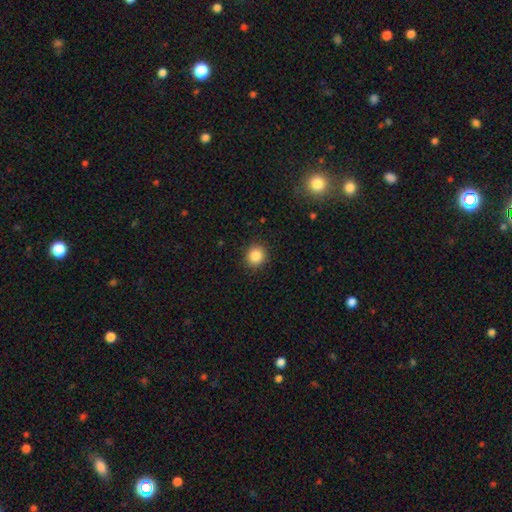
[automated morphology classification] A smooth galaxy with no disk features (86%) that is round (83%).

Vote fractions:
- Smooth or featured? smooth: 86% / star or artifact: 10% / featured or disk: 4%
- How rounded? round: 83% / in between: 17% / cigar-shaped: 1%
- Merging? none: 89% / minor disturbance: 8% / major disturbance: 2% / merger: 1%